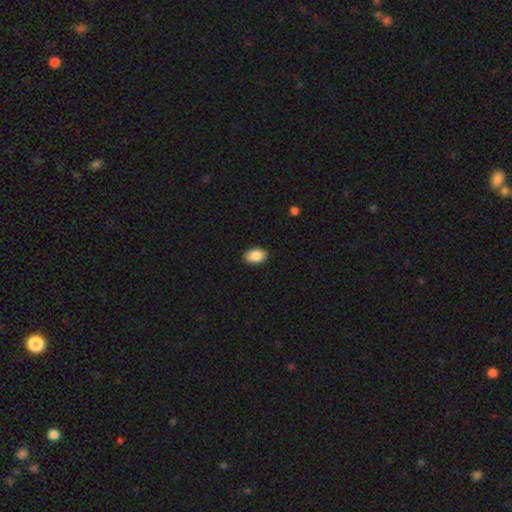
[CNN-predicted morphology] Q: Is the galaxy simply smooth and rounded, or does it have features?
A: smooth — 89%.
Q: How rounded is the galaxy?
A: in between — 89%.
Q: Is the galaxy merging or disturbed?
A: none — 90%.